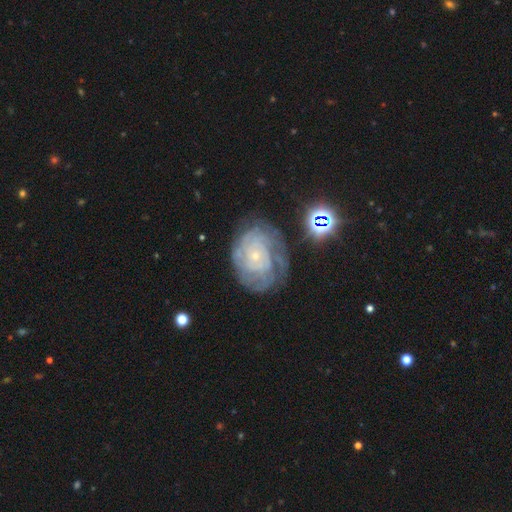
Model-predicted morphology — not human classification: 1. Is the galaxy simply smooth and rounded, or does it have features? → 79% featured or disk, 12% smooth, 9% star or artifact.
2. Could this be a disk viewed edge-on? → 97% no, 3% yes.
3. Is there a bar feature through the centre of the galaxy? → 82% no, 15% weak, 3% strong.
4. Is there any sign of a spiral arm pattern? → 91% yes, 9% no.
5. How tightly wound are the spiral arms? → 76% tight, 19% medium, 5% loose.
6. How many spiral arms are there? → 47% can't tell, 14% 4, 12% 3, 12% 2, 8% more than 4, 6% 1.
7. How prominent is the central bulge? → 84% small, 11% moderate, 2% none, 1% large, 1% dominant.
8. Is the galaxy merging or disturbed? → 65% none, 21% minor disturbance, 11% major disturbance, 3% merger.